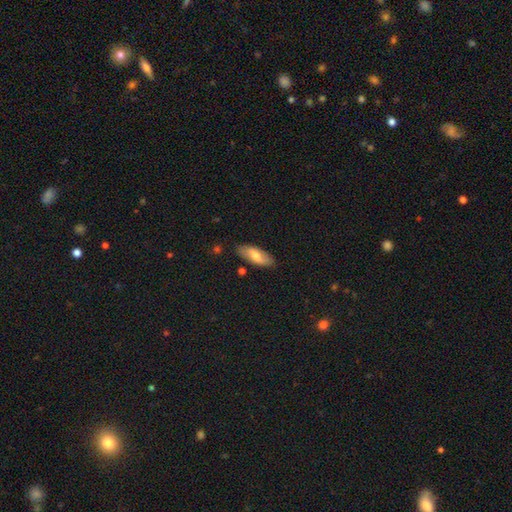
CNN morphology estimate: Smooth or featured: smooth — 64% (featured or disk — 30%)
How rounded: in between — 79% (cigar-shaped — 18%)
Merging: none — 84% (minor disturbance — 12%)